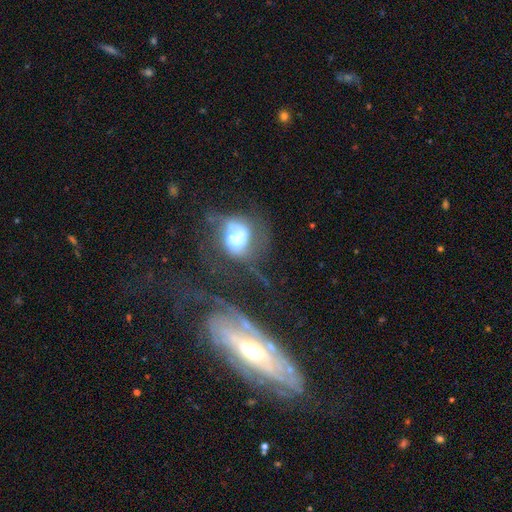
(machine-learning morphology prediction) Q: Smooth or featured?
A: featured or disk (55%); runner-up: smooth (29%)
Q: Edge-on disk?
A: no (82%); runner-up: yes (18%)
Q: Merging?
A: none (38%); runner-up: major disturbance (26%)